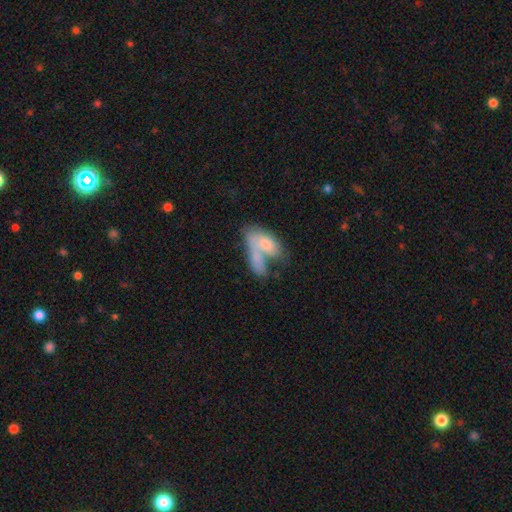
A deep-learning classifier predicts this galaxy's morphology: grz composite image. It shows a smooth galaxy with no disk features (68%) that is in between round and cigar-shaped (83%). Merging: merger (59%).